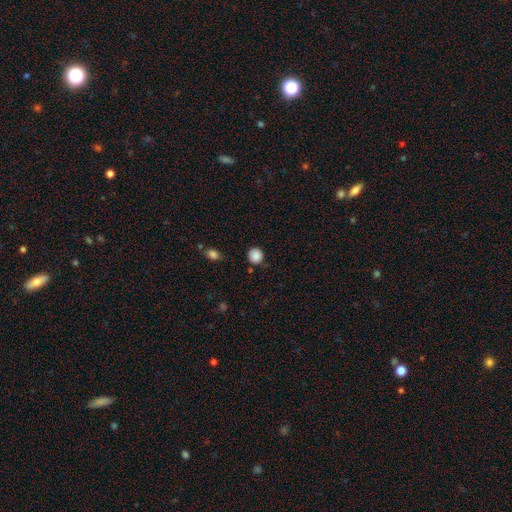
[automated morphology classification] Smooth or featured? smooth (87%)
How rounded? round (92%)
Merging? none (83%)